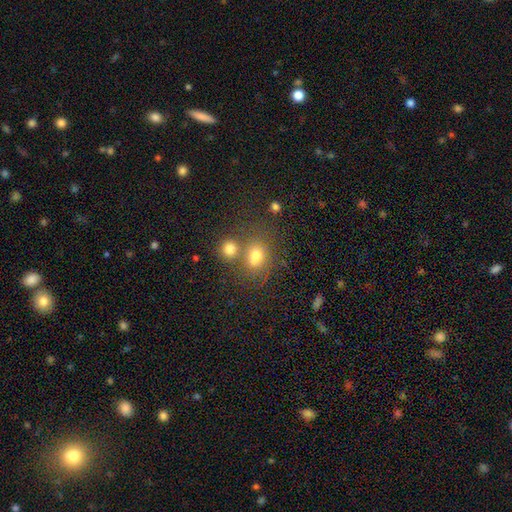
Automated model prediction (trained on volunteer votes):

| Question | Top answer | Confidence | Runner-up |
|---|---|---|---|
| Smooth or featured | smooth | 72% | star or artifact (15%) |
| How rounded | round | 52% | in between (47%) |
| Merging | none | 45% | merger (37%) |